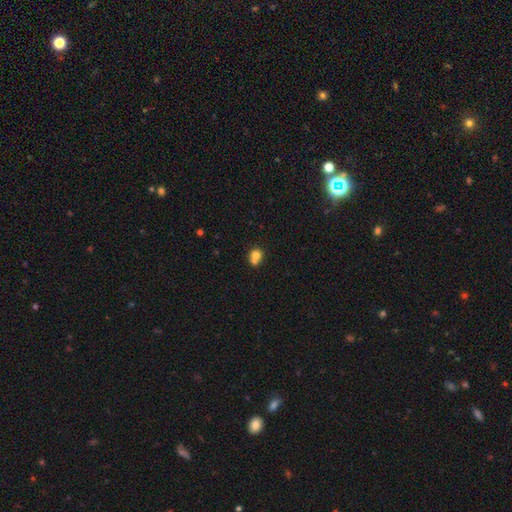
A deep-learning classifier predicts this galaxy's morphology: smooth 74%, featured or disk 15%, star or artifact 12%. Down the decision tree: how rounded — round (78%); merging — merger (55%).